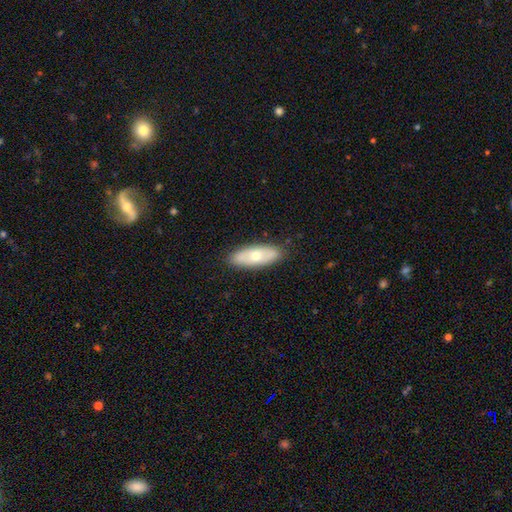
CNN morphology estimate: A smooth galaxy with no disk features (57%) that is in between round and cigar-shaped (72%). Merging: none (87%).